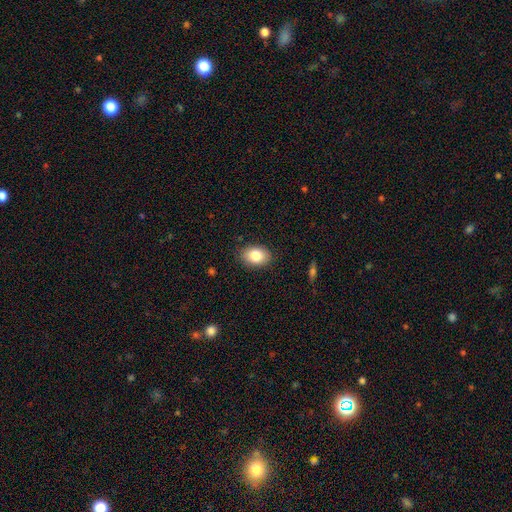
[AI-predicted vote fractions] smooth 83%, featured or disk 9%, star or artifact 8%. Down the decision tree: how rounded — in between (80%); merging — none (87%).